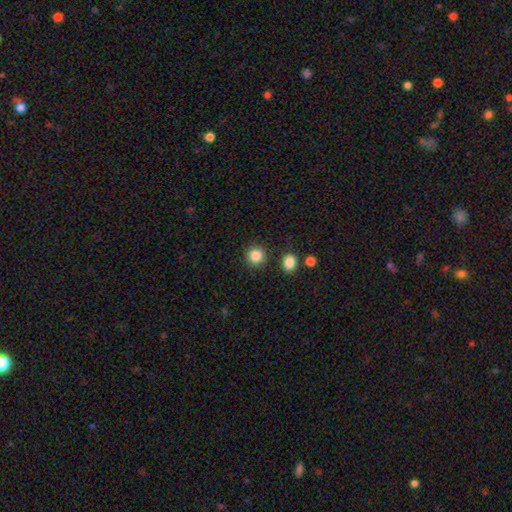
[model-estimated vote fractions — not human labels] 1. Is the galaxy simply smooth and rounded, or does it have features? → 86% smooth, 10% star or artifact, 4% featured or disk.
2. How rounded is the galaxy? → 92% round, 7% in between, 1% cigar-shaped.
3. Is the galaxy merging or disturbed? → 88% none, 6% minor disturbance, 3% merger, 2% major disturbance.